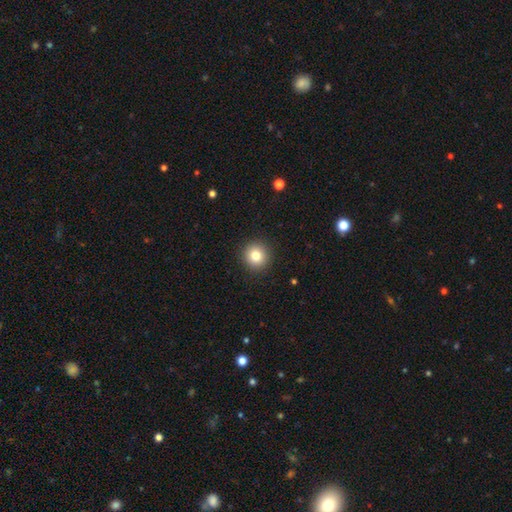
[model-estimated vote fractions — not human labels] This is clearly a smooth galaxy (82%). How rounded: clearly round (94%). Merging: clearly none (92%).